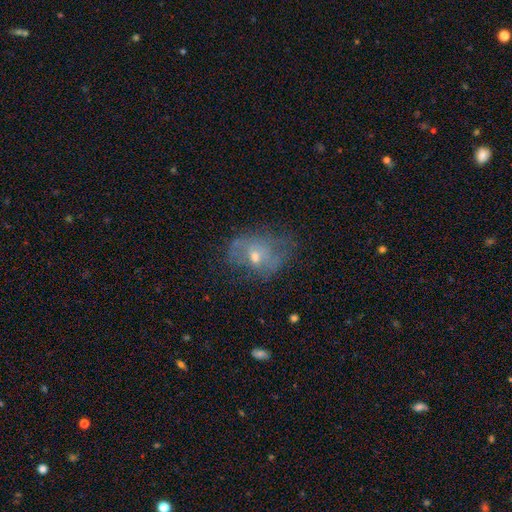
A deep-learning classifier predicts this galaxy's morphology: A featured or disk galaxy (47%).

Vote fractions:
- Smooth or featured? featured or disk: 47% / smooth: 41% / star or artifact: 13%
- Merging? none: 45% / minor disturbance: 28% / major disturbance: 24% / merger: 3%